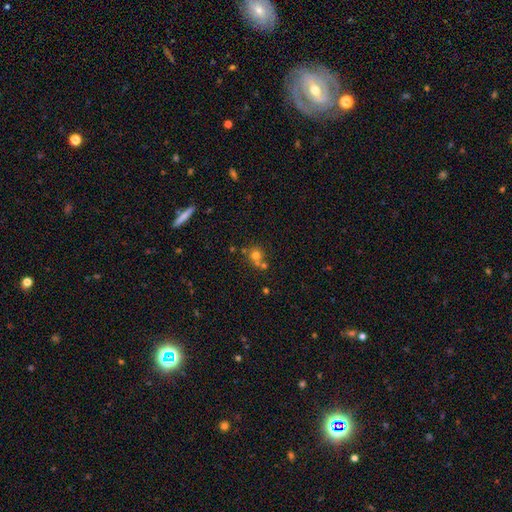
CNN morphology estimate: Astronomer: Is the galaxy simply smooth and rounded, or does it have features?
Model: smooth — 69%.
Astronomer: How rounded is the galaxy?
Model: round — 87%.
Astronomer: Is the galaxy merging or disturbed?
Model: none — 54% (runner-up: merger, 35%).